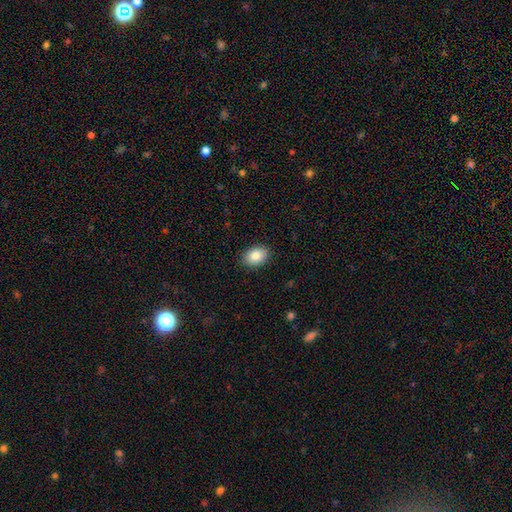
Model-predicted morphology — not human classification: A smooth galaxy with no disk features (85%) that is in between round and cigar-shaped (81%).

Vote fractions:
- Smooth or featured? smooth: 85% / featured or disk: 8% / star or artifact: 7%
- How rounded? in between: 81% / round: 18% / cigar-shaped: 1%
- Merging? none: 89% / minor disturbance: 8% / major disturbance: 2% / merger: 1%